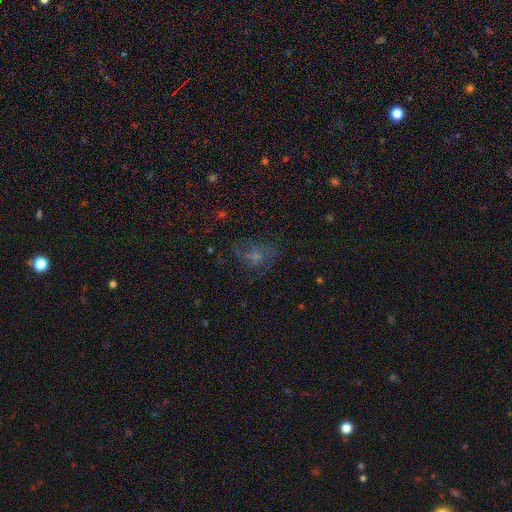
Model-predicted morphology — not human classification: Smooth or featured? smooth (40%)
Merging? none (47%)